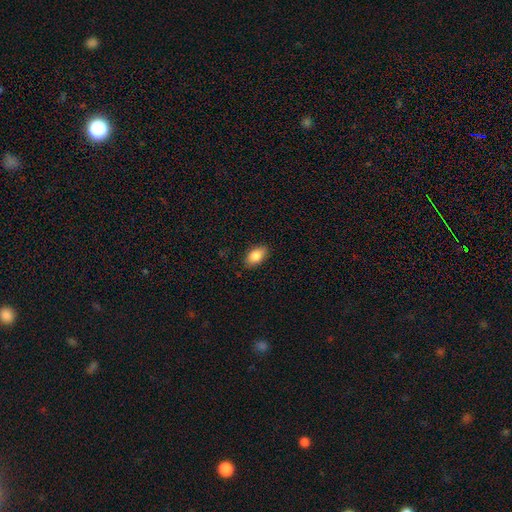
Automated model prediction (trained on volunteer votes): A smooth galaxy with no disk features (84%) that is in between round and cigar-shaped (91%).

Vote fractions:
- Smooth or featured? smooth: 84% / featured or disk: 9% / star or artifact: 7%
- How rounded? in between: 91% / round: 6% / cigar-shaped: 3%
- Merging? none: 87% / minor disturbance: 10% / major disturbance: 2% / merger: 1%